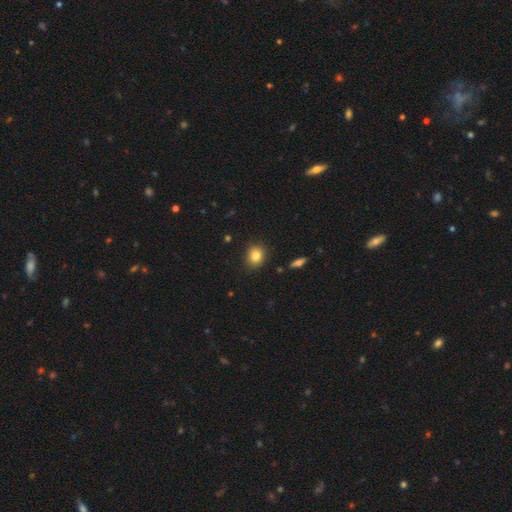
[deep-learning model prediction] A smooth galaxy with no disk features (83%) that is round (62%).

Vote fractions:
- Smooth or featured? smooth: 83% / star or artifact: 10% / featured or disk: 7%
- How rounded? round: 62% / in between: 37% / cigar-shaped: 1%
- Merging? none: 88% / minor disturbance: 8% / major disturbance: 2% / merger: 1%